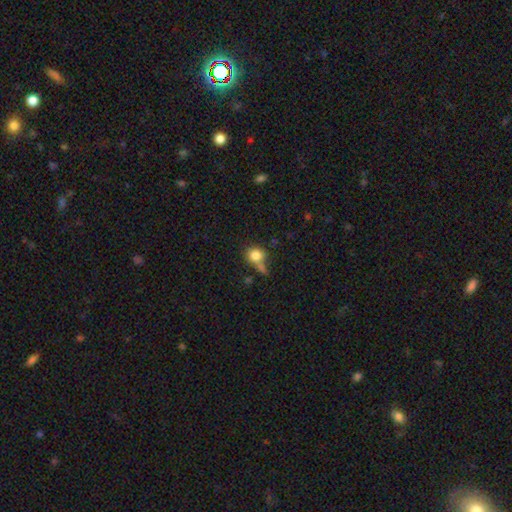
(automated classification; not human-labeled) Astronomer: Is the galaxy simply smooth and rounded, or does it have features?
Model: smooth — 81%.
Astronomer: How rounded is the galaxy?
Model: round — 69%.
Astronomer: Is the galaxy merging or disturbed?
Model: none — 46% (runner-up: merger, 24%).